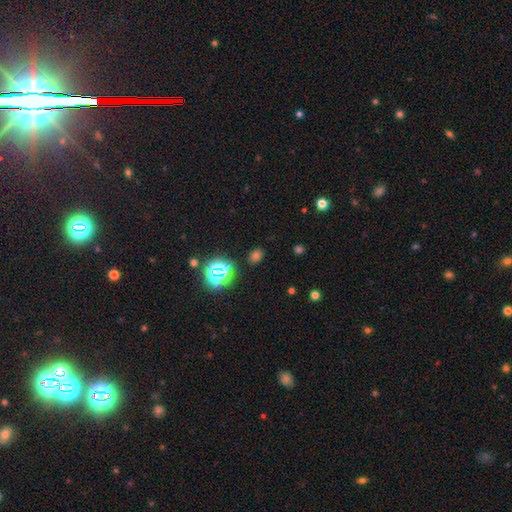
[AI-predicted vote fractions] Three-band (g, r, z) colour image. It shows a smooth galaxy with no disk features (59%) that is in between round and cigar-shaped (59%). Merging: none (84%).